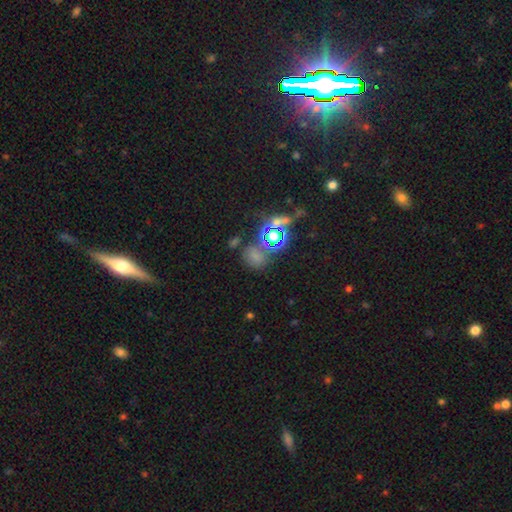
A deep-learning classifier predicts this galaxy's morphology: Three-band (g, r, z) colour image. It shows a smooth galaxy with no disk features (47%). Merging: none (60%).